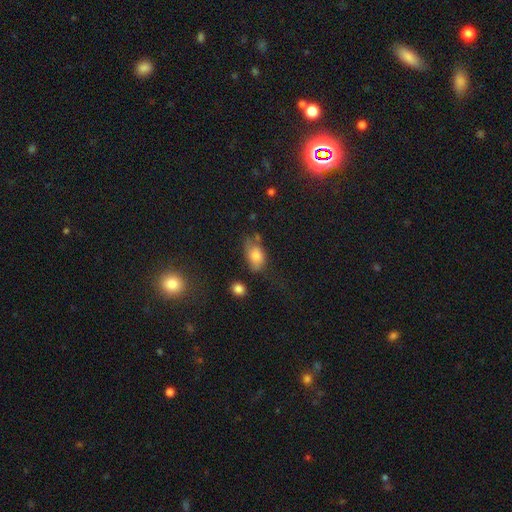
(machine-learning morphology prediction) A smooth galaxy with no disk features (78%) that is in between round and cigar-shaped (87%). Merging: none (46%).